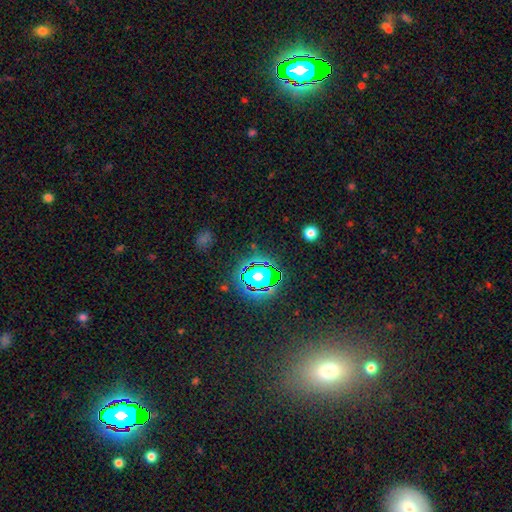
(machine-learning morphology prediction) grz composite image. It shows a star or artifact, not a galaxy (73%).